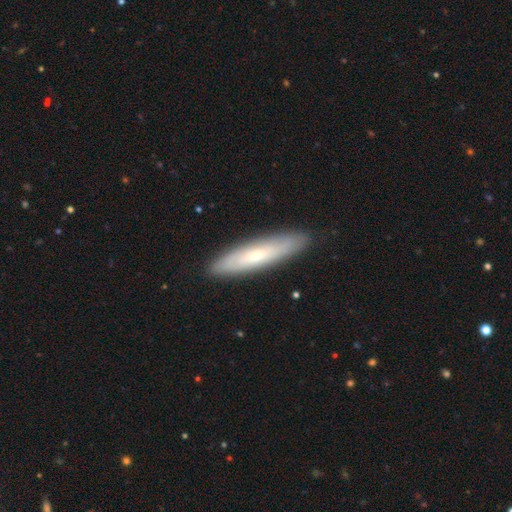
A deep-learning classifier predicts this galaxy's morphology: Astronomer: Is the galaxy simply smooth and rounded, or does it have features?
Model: smooth — 51% (runner-up: featured or disk, 42%).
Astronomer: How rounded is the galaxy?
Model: cigar-shaped — 81%.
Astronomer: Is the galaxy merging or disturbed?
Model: none — 88%.